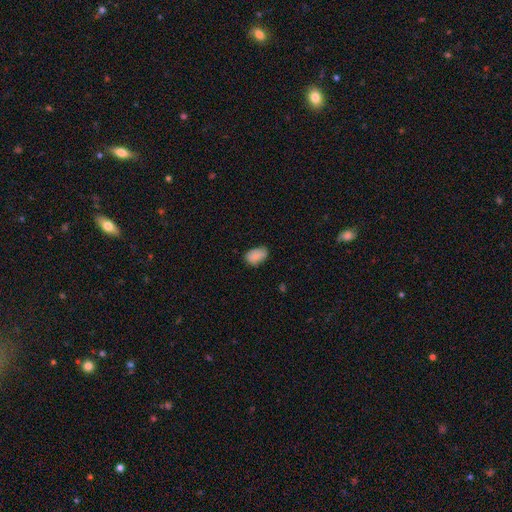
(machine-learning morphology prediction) This appears to be a smooth galaxy with no disk features (86%) that is in between round and cigar-shaped (89%). Merging: none (68%).